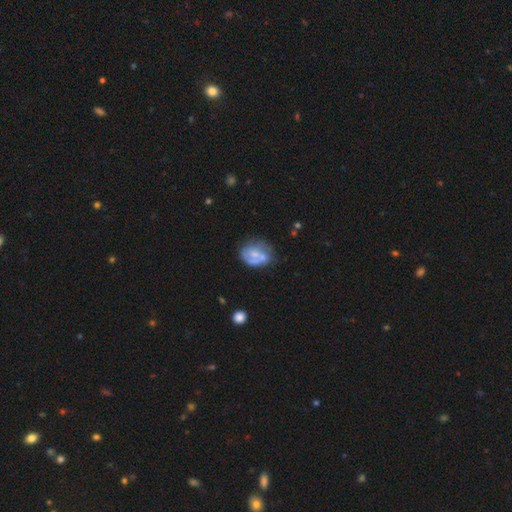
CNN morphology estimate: Smooth or featured?
  - featured or disk: 53% *
  - smooth: 39%
  - star or artifact: 8%
Edge-on disk?
  - no: 98% *
  - yes: 2%
Bar?
  - no: 76% *
  - weak: 19%
  - strong: 4%
Spiral arms?
  - no: 59% *
  - yes: 41%
Bulge size?
  - small: 35% *
  - moderate: 32%
  - none: 27%
  - large: 5%
  - dominant: 2%
Merging?
  - none: 40% *
  - minor disturbance: 26%
  - major disturbance: 18%
  - merger: 16%